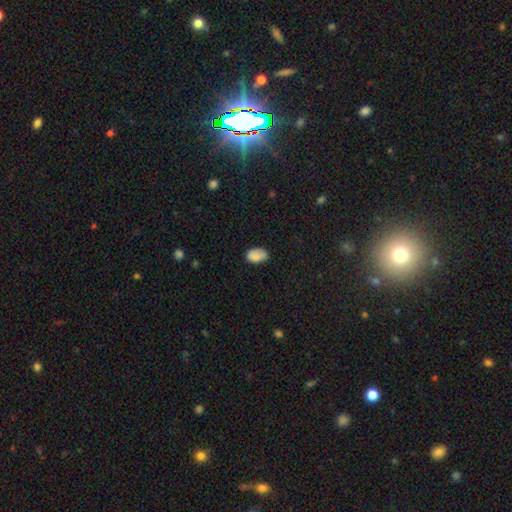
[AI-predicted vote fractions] Smooth or featured?
  - smooth: 85% *
  - star or artifact: 8%
  - featured or disk: 7%
How rounded?
  - in between: 90% *
  - round: 9%
  - cigar-shaped: 1%
Merging?
  - none: 73% *
  - minor disturbance: 22%
  - major disturbance: 4%
  - merger: 1%